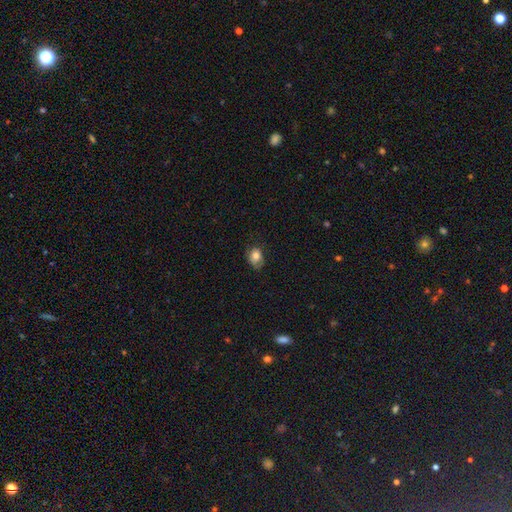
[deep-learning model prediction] A smooth galaxy with no disk features (77%) that is in between round and cigar-shaped (64%). Merging: none (57%).